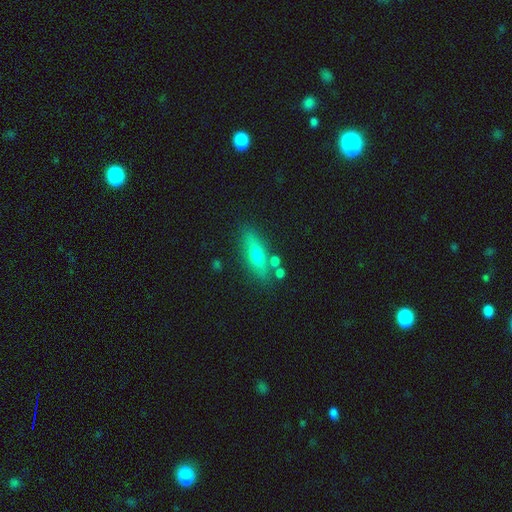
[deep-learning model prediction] A smooth galaxy with no disk features (55%) that is in between round and cigar-shaped (48%).

Vote fractions:
- Smooth or featured? smooth: 55% / featured or disk: 37% / star or artifact: 9%
- How rounded? in between: 48% / cigar-shaped: 47% / round: 5%
- Merging? none: 77% / minor disturbance: 12% / merger: 7% / major disturbance: 4%